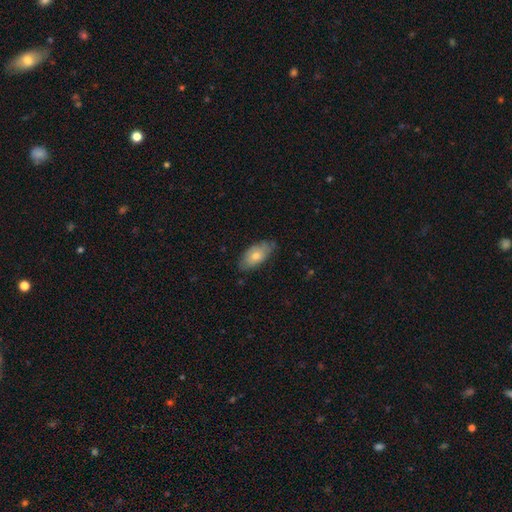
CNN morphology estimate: type=smooth (67%); roundness=in between (90%); merging=none (75%).